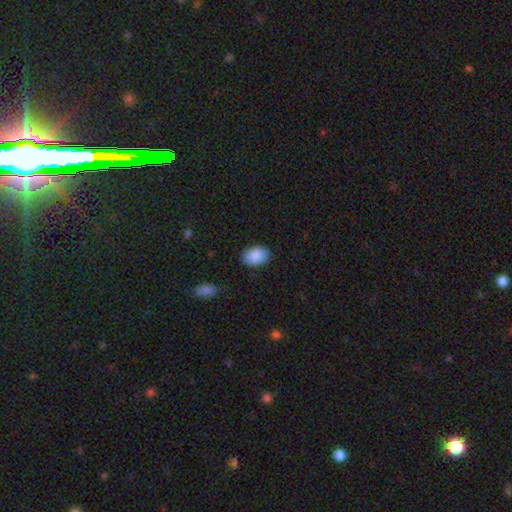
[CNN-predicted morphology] smooth-or-featured: smooth: 90% | star or artifact: 7% | featured or disk: 3%
  how-rounded: in between: 79% | round: 20% | cigar-shaped: 1%
  merging: none: 87% | minor disturbance: 9% | major disturbance: 2% | merger: 1%